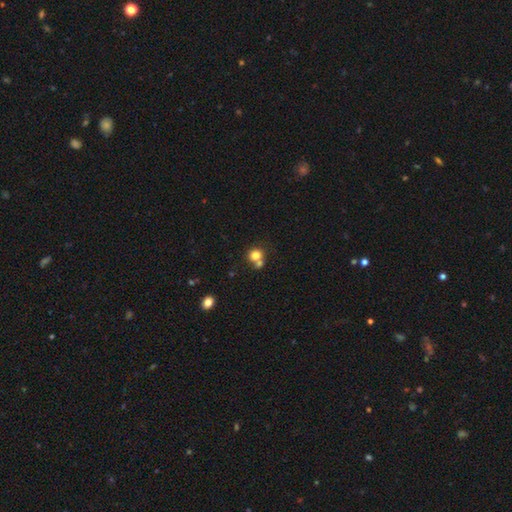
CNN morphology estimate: smooth_or_featured: smooth (p=0.78) [alt: star or artifact p=0.12]
how_rounded: round (p=0.83) [alt: in between p=0.16]
merging: none (p=0.49) [alt: merger p=0.39]